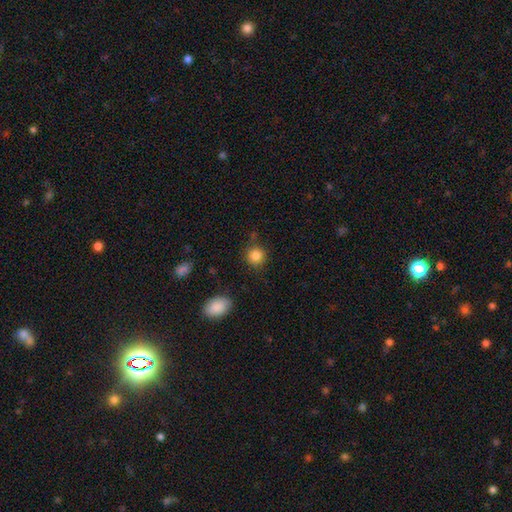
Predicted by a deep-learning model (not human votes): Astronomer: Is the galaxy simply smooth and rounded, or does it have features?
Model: smooth — 85%.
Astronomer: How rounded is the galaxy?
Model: round — 90%.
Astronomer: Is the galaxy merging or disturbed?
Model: none — 83%.